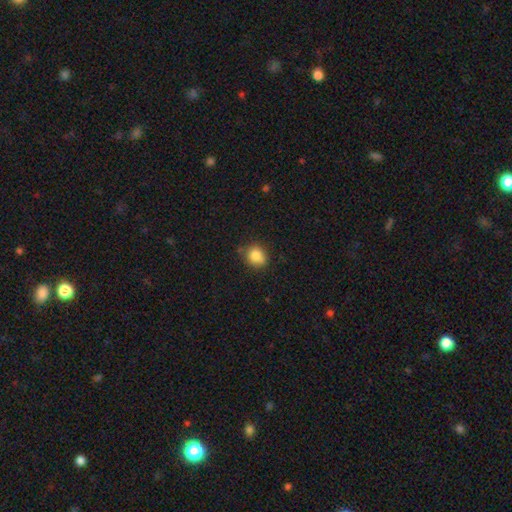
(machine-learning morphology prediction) Smooth or featured?
  - smooth: 83% *
  - star or artifact: 10%
  - featured or disk: 8%
How rounded?
  - round: 74% *
  - in between: 25%
  - cigar-shaped: 1%
Merging?
  - none: 69% *
  - minor disturbance: 21%
  - merger: 5%
  - major disturbance: 4%